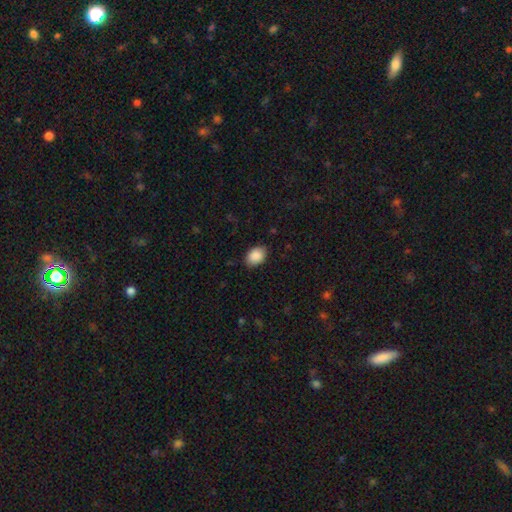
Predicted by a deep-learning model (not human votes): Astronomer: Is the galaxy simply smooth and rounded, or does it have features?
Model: smooth — 89%.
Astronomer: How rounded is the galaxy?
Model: in between — 79%.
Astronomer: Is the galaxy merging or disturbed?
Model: none — 85%.